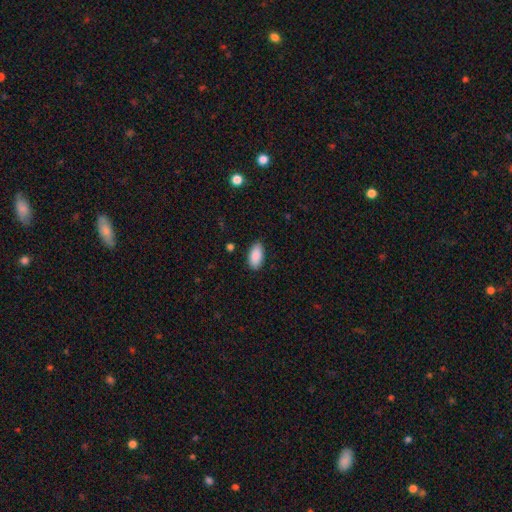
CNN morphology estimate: smooth 89%, star or artifact 6%, featured or disk 4%. Down the decision tree: how rounded — in between (94%); merging — none (84%).